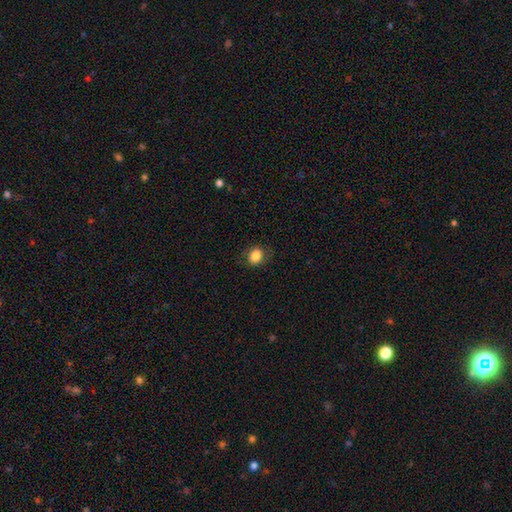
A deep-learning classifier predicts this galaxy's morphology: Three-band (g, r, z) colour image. It shows a smooth galaxy with no disk features (85%) that is round (58%). Merging: none (81%).